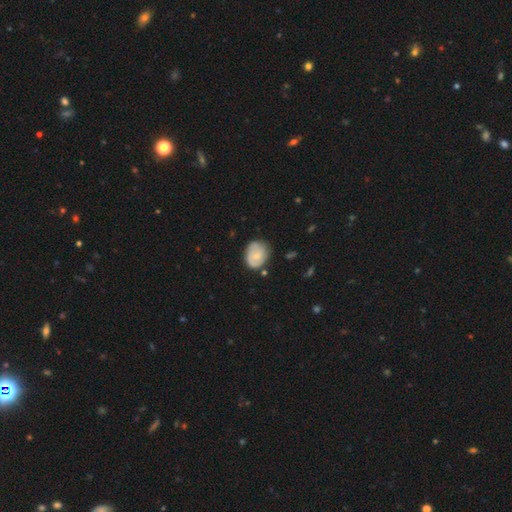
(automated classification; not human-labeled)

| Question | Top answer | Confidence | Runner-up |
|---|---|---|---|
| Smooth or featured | smooth | 48% | featured or disk (46%) |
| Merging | none | 65% | minor disturbance (26%) |